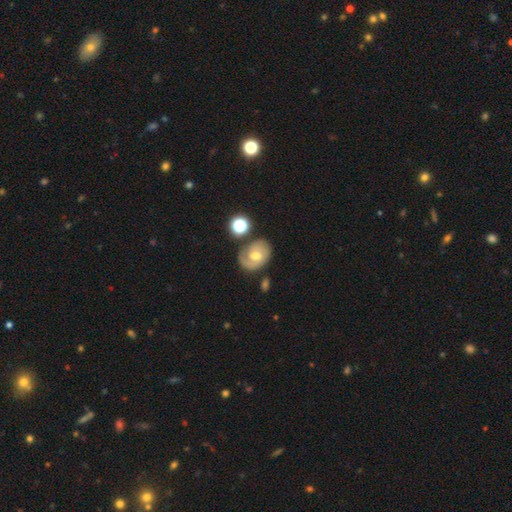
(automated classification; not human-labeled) Smooth or featured? featured or disk (62%)
Edge-on disk? no (97%)
Bar? no (57%)
Spiral arms? yes (82%)
Bulge size? moderate (70%)
Merging? none (63%)